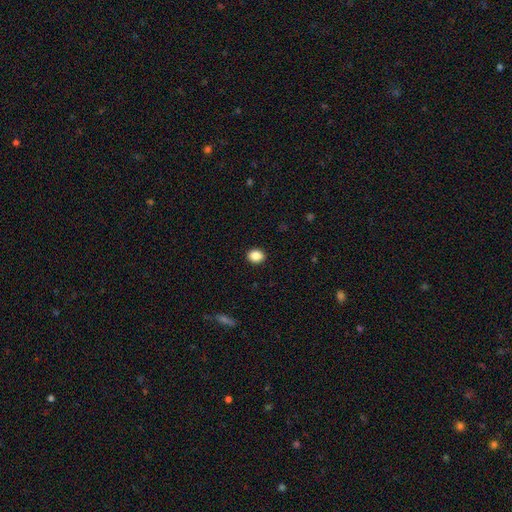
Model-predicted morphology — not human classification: Smooth or featured?
  - smooth: 87% *
  - star or artifact: 9%
  - featured or disk: 4%
How rounded?
  - round: 55% *
  - in between: 44%
  - cigar-shaped: 1%
Merging?
  - none: 91% *
  - minor disturbance: 6%
  - major disturbance: 2%
  - merger: 1%